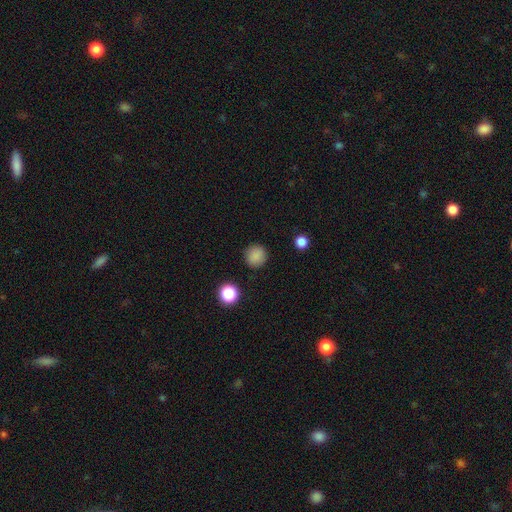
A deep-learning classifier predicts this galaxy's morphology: This appears to be a smooth galaxy with no disk features (85%) that is round (93%). Merging: none (90%).